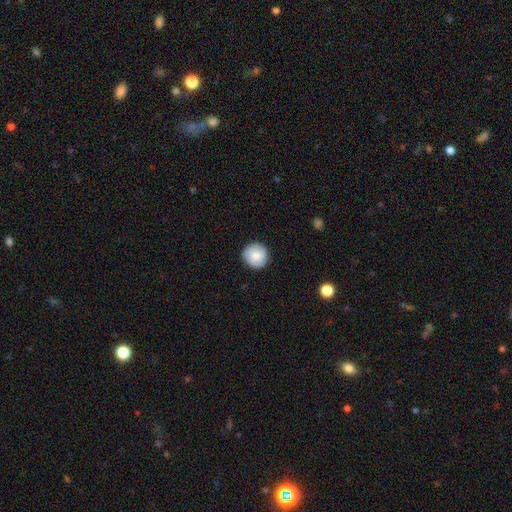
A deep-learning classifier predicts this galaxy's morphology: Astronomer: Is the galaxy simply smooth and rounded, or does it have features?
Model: smooth — 83%.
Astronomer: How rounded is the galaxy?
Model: round — 95%.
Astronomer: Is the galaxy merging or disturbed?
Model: none — 90%.